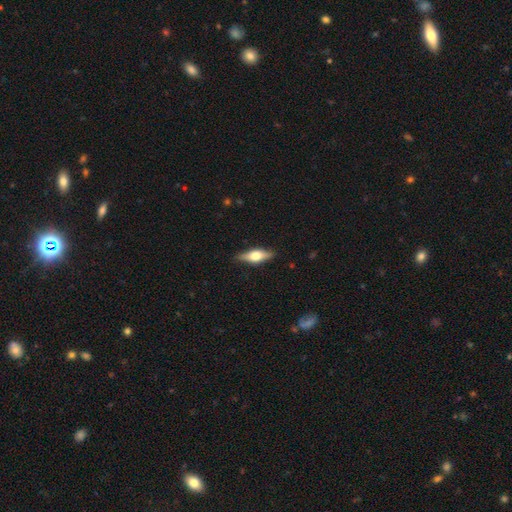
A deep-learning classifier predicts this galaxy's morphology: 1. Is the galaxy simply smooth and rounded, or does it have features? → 54% featured or disk, 40% smooth, 6% star or artifact.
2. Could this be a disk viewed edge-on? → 93% yes, 7% no.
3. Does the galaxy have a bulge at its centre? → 92% rounded, 6% boxy, 2% none.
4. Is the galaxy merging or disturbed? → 86% none, 11% minor disturbance, 2% major disturbance, 1% merger.